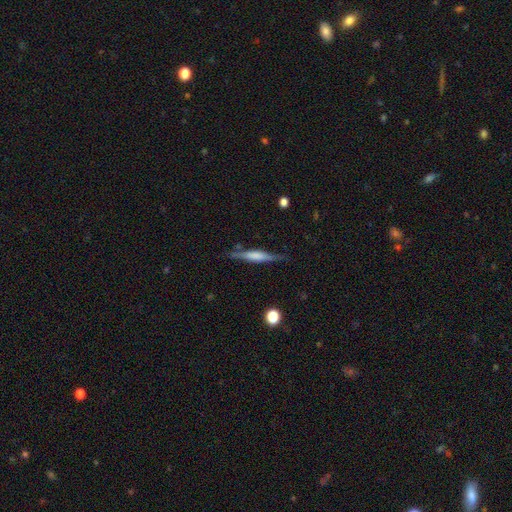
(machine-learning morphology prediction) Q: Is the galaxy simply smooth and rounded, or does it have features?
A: featured or disk — 62%.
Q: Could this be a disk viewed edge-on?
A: yes — 96%.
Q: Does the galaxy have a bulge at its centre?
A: boxy — 46%.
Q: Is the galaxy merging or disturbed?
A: none — 82%.